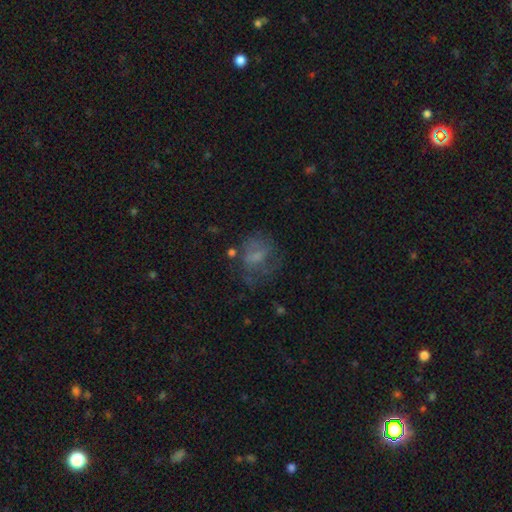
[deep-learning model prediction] This appears to be a smooth galaxy with no disk features (44%). Merging: none (45%).